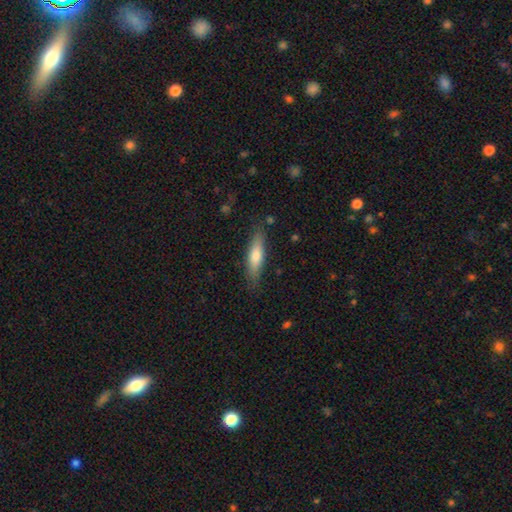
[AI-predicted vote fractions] Smooth or featured? smooth (69%)
How rounded? cigar-shaped (68%)
Merging? none (83%)